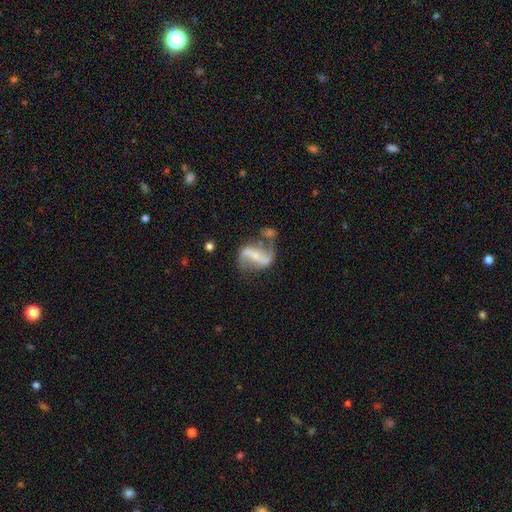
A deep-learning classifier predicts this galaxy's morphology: Smooth or featured? Predicted: featured or disk (p=0.85). Edge-on disk? Predicted: no (p=0.96). Bar? Predicted: strong (p=0.57). Spiral arms? Predicted: yes (p=0.92). Spiral winding? Predicted: loose (p=0.68). Spiral arm count? Predicted: 2 (p=0.91). Bulge size? Predicted: small (p=0.53). Merging? Predicted: none (p=0.56).